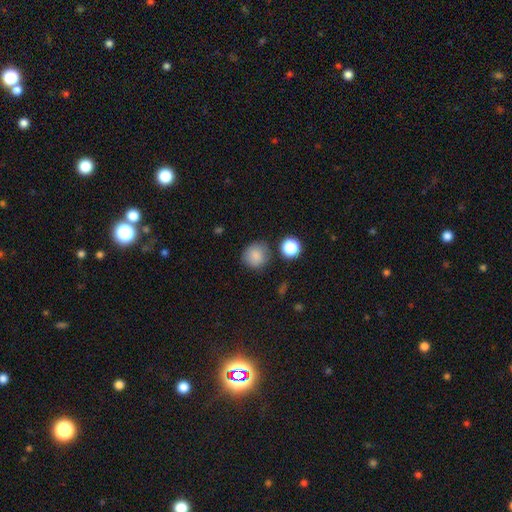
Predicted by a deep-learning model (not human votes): The model was most divided on "merging": none: 79%, minor disturbance: 13%, merger: 5%, major disturbance: 4%. More confident: how rounded — round (90%); smooth or featured — smooth (84%).